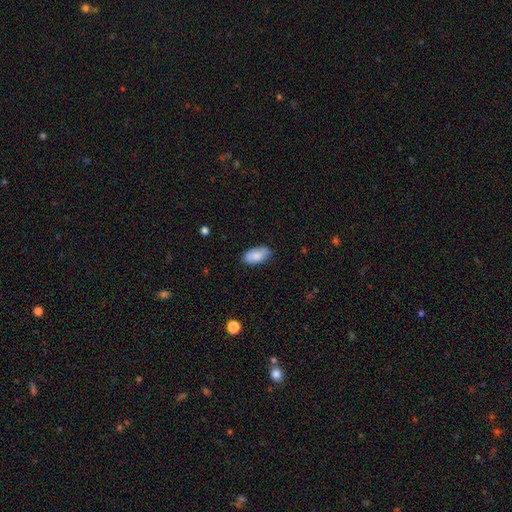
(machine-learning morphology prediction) Smooth or featured? smooth (85%)
How rounded? in between (93%)
Merging? none (78%)